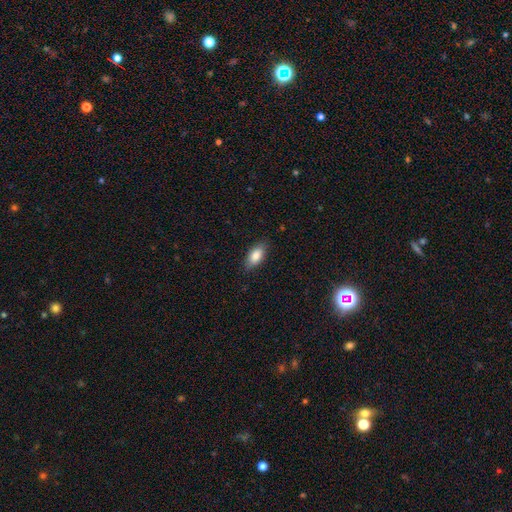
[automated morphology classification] Smooth or featured? smooth (85%)
How rounded? in between (89%)
Merging? none (84%)